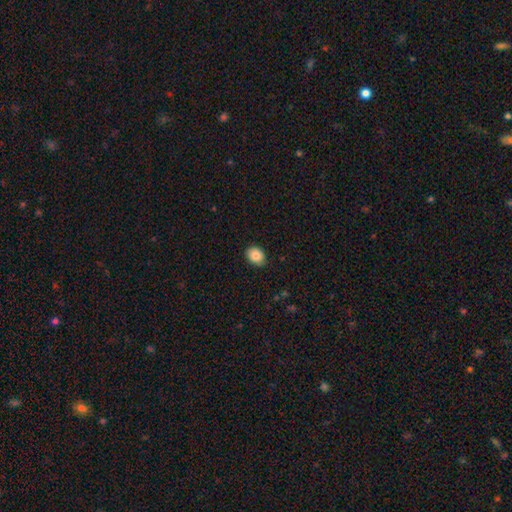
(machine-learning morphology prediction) Smooth or featured? Predicted: smooth (p=0.85). How rounded? Predicted: in between (p=0.63). Merging? Predicted: none (p=0.88).